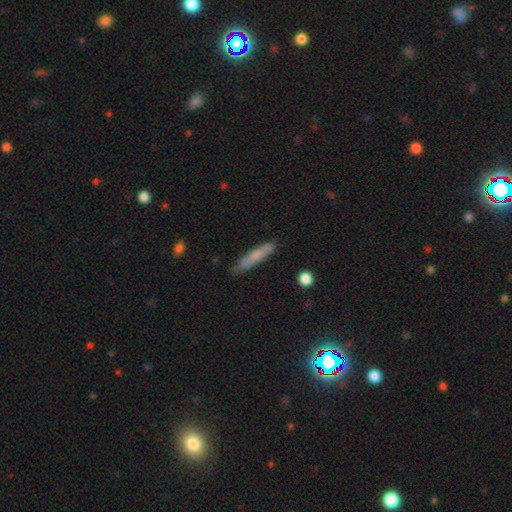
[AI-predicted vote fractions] This appears to be a smooth galaxy with no disk features (70%) that is cigar-shaped (92%). Merging: none (82%).